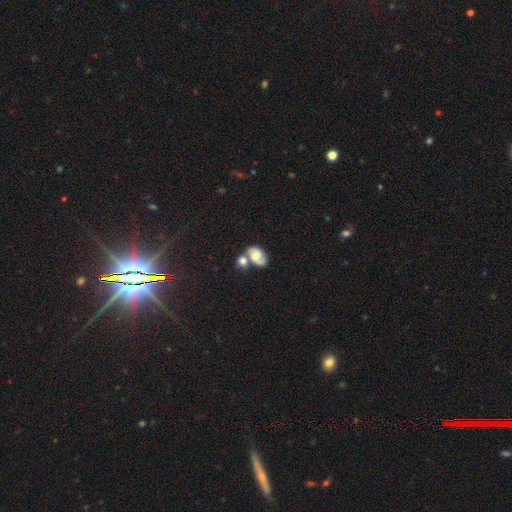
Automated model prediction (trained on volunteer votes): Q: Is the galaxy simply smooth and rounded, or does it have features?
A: featured or disk — 53%.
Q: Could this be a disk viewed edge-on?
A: no — 96%.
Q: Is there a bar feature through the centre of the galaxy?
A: no — 67%.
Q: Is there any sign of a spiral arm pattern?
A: yes — 74%.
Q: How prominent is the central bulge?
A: moderate — 62%.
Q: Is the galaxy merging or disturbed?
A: merger — 40%.